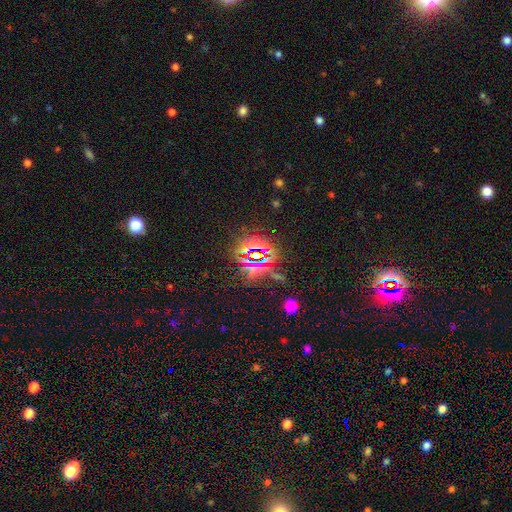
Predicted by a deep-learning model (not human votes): Smooth or featured? Predicted: star or artifact (p=0.79).